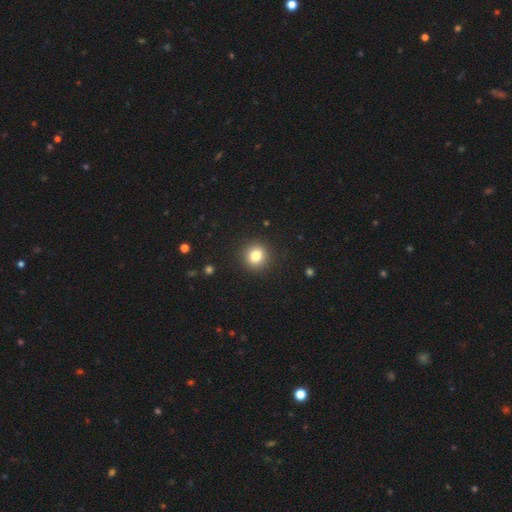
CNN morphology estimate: Smooth or featured: smooth — 82% (star or artifact — 11%)
How rounded: round — 88% (in between — 11%)
Merging: none — 91% (minor disturbance — 6%)